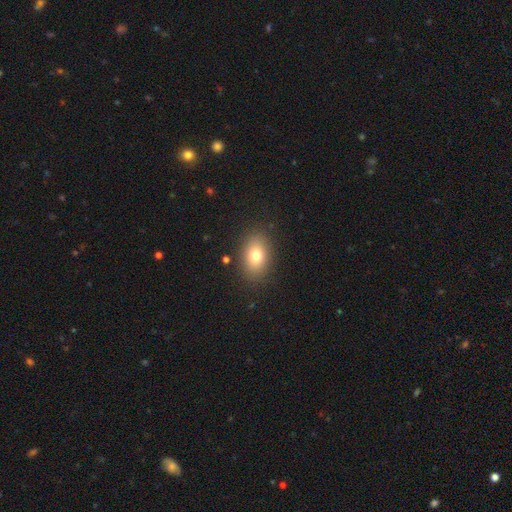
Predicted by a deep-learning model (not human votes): Smooth or featured? Predicted: smooth (p=0.77). How rounded? Predicted: in between (p=0.80). Merging? Predicted: none (p=0.87).